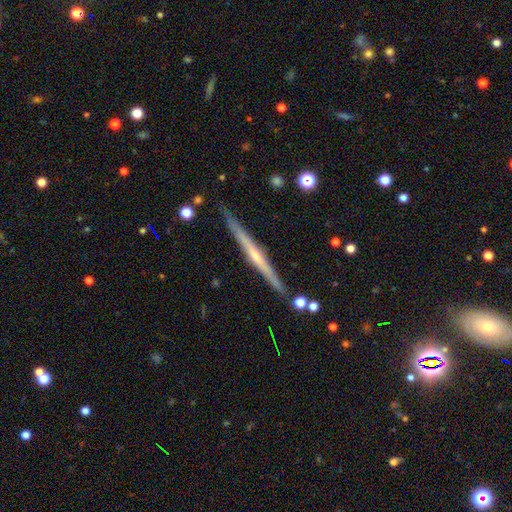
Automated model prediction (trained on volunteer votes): Smooth or featured: featured or disk — 76% (smooth — 18%)
Edge-on disk: yes — 98% (no — 2%)
Edge-on bulge: rounded — 58% (none — 37%)
Merging: none — 89% (minor disturbance — 8%)